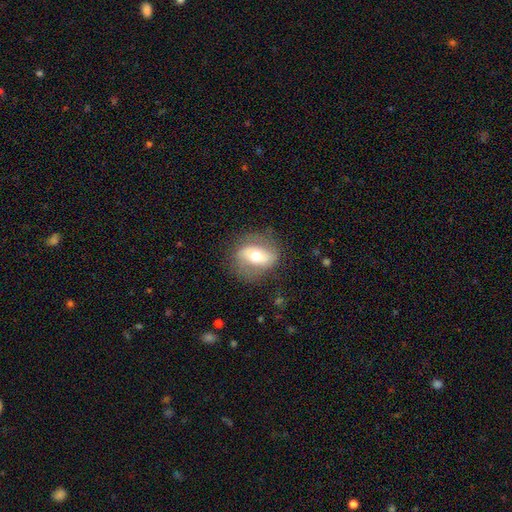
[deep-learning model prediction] The model was most divided on "smooth or featured": featured or disk: 49%, smooth: 43%, star or artifact: 8%. More confident: merging — none (70%).